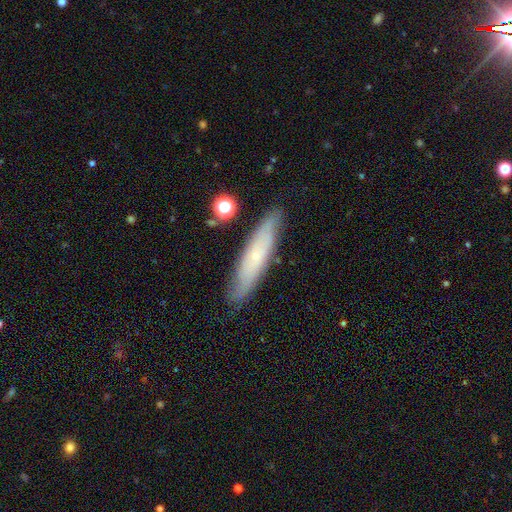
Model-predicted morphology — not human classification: A featured or disk galaxy (48%).

Vote fractions:
- Smooth or featured? featured or disk: 48% / smooth: 44% / star or artifact: 8%
- Merging? none: 85% / minor disturbance: 11% / major disturbance: 2% / merger: 2%